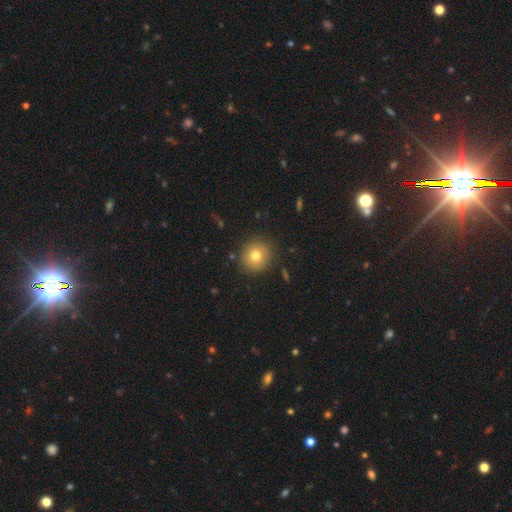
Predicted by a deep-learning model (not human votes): smooth-or-featured: smooth: 76% | star or artifact: 12% | featured or disk: 12%
  how-rounded: round: 90% | in between: 9% | cigar-shaped: 1%
  merging: none: 88% | minor disturbance: 8% | major disturbance: 3% | merger: 2%